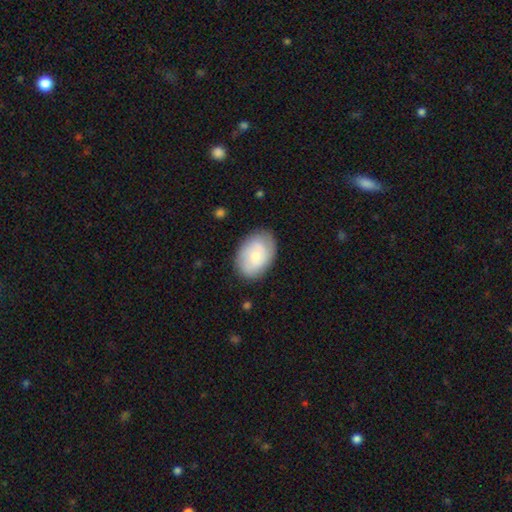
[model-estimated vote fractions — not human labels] Morphology: type=smooth (61%); roundness=in between (80%); merging=none (79%).